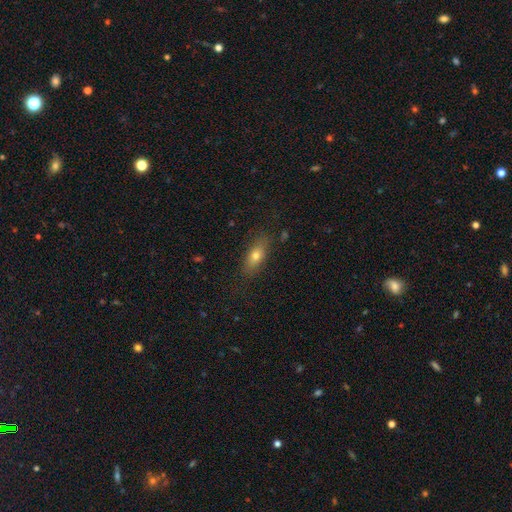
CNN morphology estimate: Smooth or featured? smooth (69%)
How rounded? in between (68%)
Merging? none (81%)